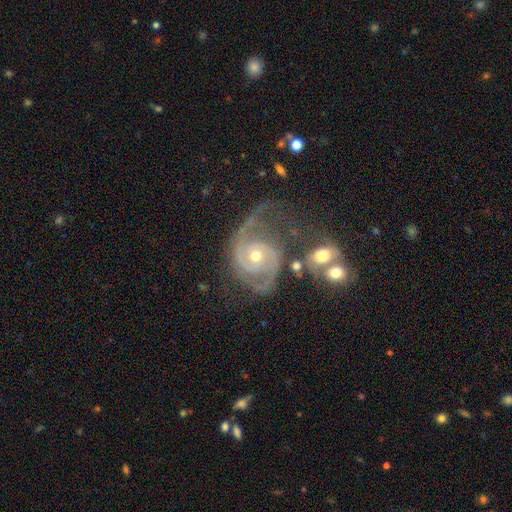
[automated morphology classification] type=featured or disk (90%); edge-on=no (98%); bar=no (70%); spiral arms=yes (98%); winding=medium (50%); arm count=2 (83%); bulge=moderate (54%); merging=none (45%).